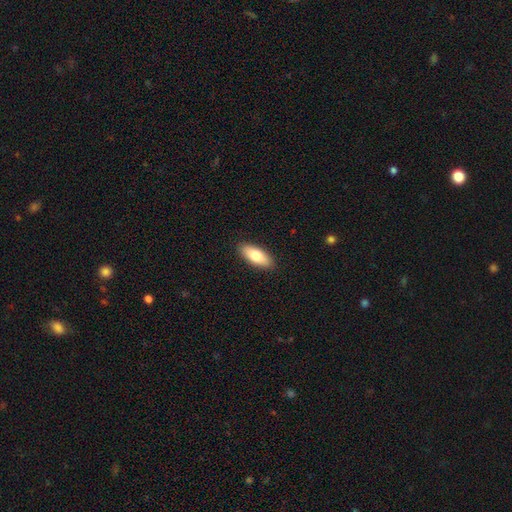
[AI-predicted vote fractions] A smooth galaxy with no disk features (78%) that is in between round and cigar-shaped (80%). Merging: none (89%).